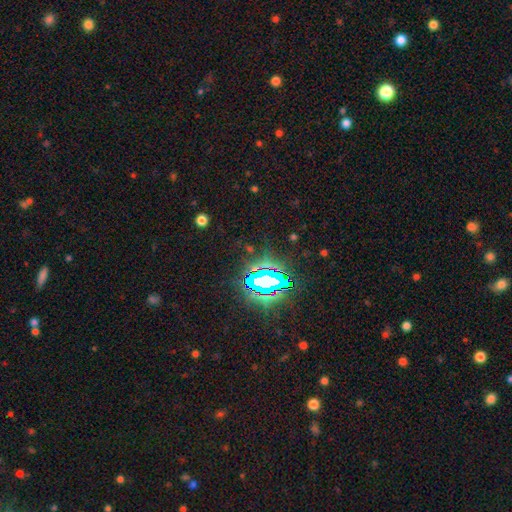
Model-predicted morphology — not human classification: This appears to be a star or artifact, not a galaxy (82%).